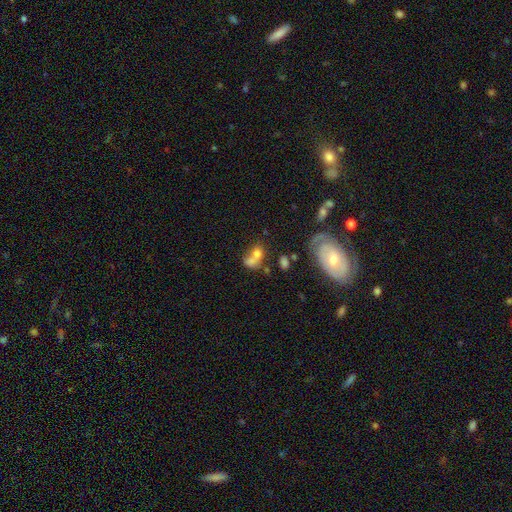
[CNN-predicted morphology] A smooth galaxy with no disk features (67%) that is in between round and cigar-shaped (56%).

Vote fractions:
- Smooth or featured? smooth: 67% / featured or disk: 20% / star or artifact: 13%
- How rounded? in between: 56% / round: 42% / cigar-shaped: 2%
- Merging? merger: 59% / none: 24% / minor disturbance: 9% / major disturbance: 8%